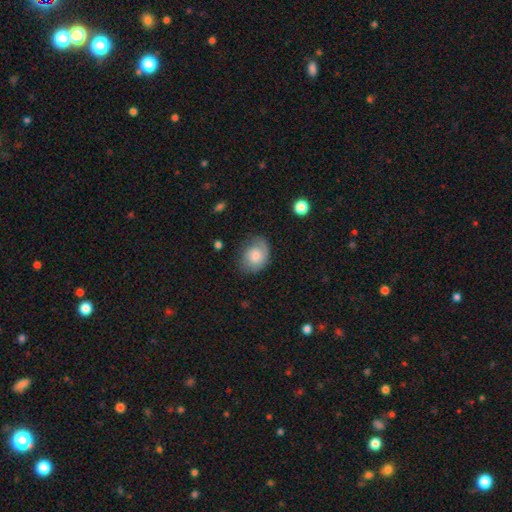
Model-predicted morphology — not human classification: The model was most divided on "how rounded": in between: 54%, round: 45%, cigar-shaped: 1%. More confident: smooth or featured — smooth (65%); merging — none (60%).